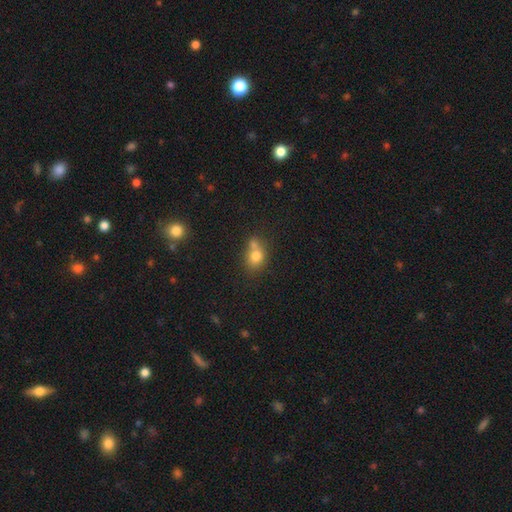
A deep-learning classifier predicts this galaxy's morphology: Smooth or featured: smooth — 76% (featured or disk — 13%)
How rounded: round — 56% (in between — 42%)
Merging: merger — 41% (none — 39%)